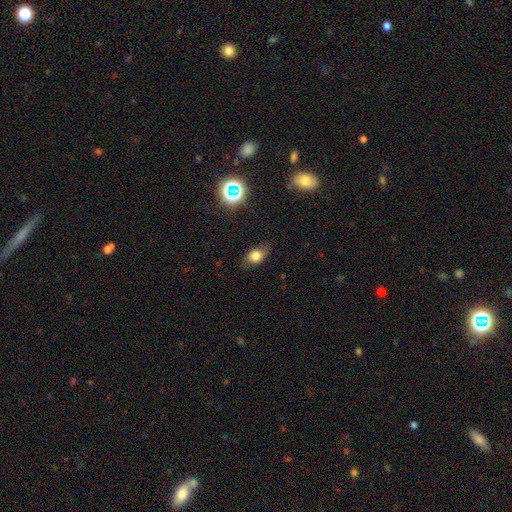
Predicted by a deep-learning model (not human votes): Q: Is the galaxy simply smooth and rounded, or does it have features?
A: smooth — 73%.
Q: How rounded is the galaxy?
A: in between — 80%.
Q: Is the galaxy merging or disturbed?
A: none — 76%.